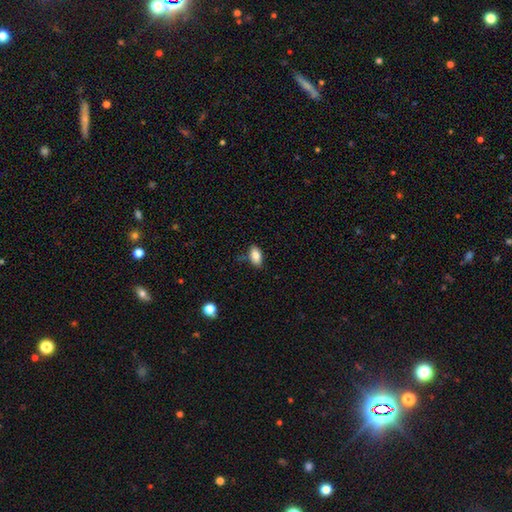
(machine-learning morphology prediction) Q: Smooth or featured?
A: smooth (86%); runner-up: star or artifact (8%)
Q: How rounded?
A: in between (92%); runner-up: round (4%)
Q: Merging?
A: none (79%); runner-up: minor disturbance (16%)